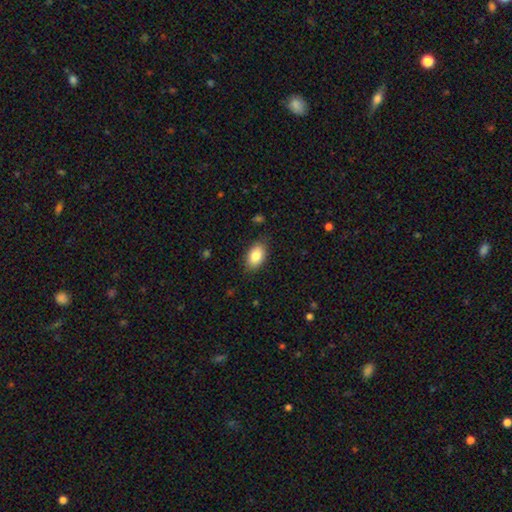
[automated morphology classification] Smooth or featured: smooth — 85% (featured or disk — 8%)
How rounded: in between — 90% (round — 8%)
Merging: none — 84% (minor disturbance — 12%)